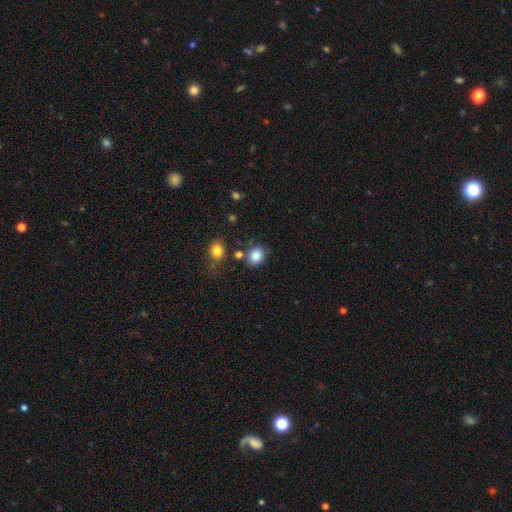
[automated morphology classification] Q: Smooth or featured?
A: smooth (84%); runner-up: star or artifact (10%)
Q: How rounded?
A: round (63%); runner-up: in between (36%)
Q: Merging?
A: none (70%); runner-up: minor disturbance (15%)